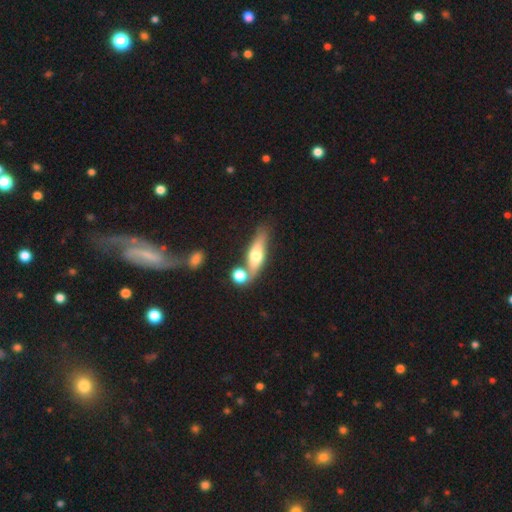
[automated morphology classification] The model was most divided on "smooth or featured": smooth: 49%, featured or disk: 44%, star or artifact: 7%. More confident: merging — none (58%).